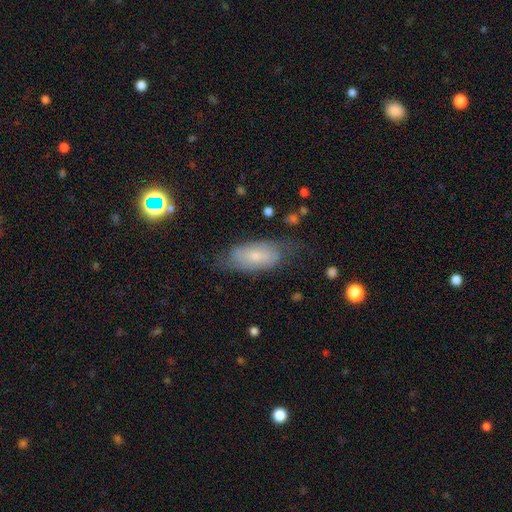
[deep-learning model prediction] This is possibly a featured or disk galaxy (46%). Merging: possibly none (60%).